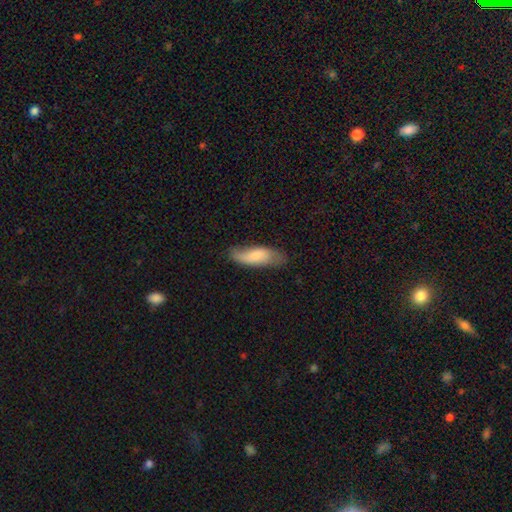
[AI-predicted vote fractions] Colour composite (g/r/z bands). It shows a smooth galaxy with no disk features (72%) that is in between round and cigar-shaped (62%). Merging: none (66%).